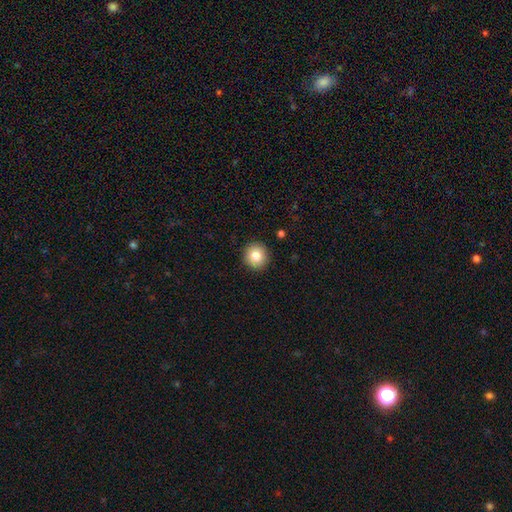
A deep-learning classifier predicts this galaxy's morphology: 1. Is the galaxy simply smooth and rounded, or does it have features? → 83% smooth, 9% star or artifact, 8% featured or disk.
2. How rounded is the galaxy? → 92% round, 8% in between, 1% cigar-shaped.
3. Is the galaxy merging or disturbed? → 92% none, 6% minor disturbance, 2% major disturbance, 1% merger.